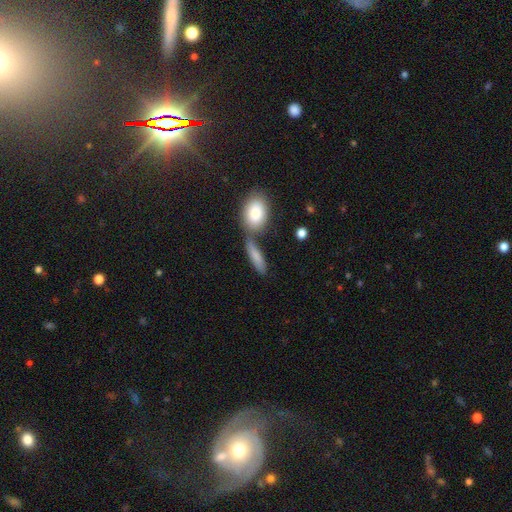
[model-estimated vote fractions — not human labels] Smooth or featured: smooth — 79% (featured or disk — 14%)
How rounded: in between — 50% (cigar-shaped — 45%)
Merging: none — 51% (merger — 32%)